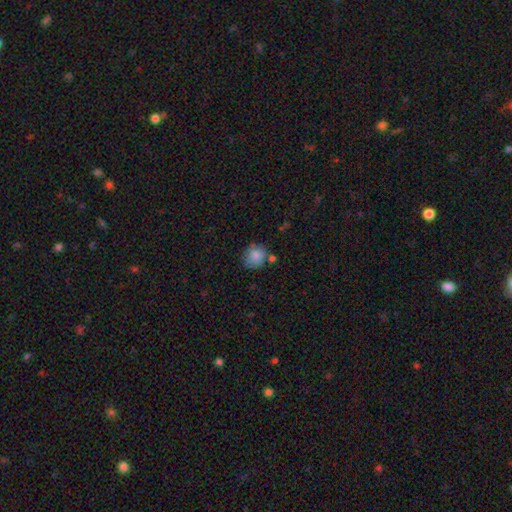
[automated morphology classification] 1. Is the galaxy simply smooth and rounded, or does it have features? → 84% smooth, 9% star or artifact, 7% featured or disk.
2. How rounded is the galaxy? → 81% round, 18% in between, 1% cigar-shaped.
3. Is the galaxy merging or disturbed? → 68% none, 18% minor disturbance, 9% merger, 5% major disturbance.